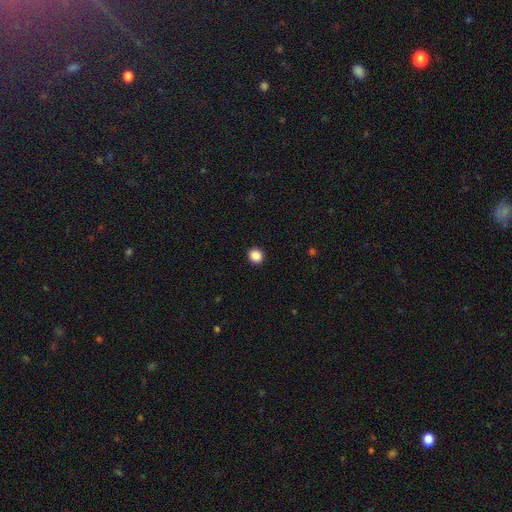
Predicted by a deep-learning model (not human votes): The model was most divided on "how rounded": round: 88%, in between: 11%, cigar-shaped: 1%. More confident: merging — none (93%); smooth or featured — smooth (88%).